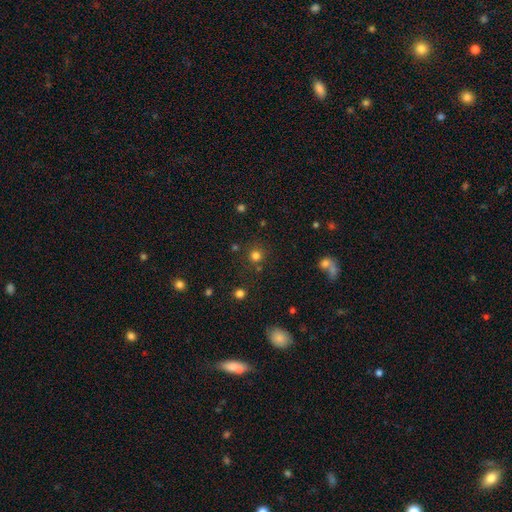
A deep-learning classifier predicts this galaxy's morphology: A smooth galaxy with no disk features (77%) that is round (93%).

Vote fractions:
- Smooth or featured? smooth: 77% / star or artifact: 18% / featured or disk: 5%
- How rounded? round: 93% / in between: 6% / cigar-shaped: 1%
- Merging? none: 82% / minor disturbance: 8% / merger: 6% / major disturbance: 4%